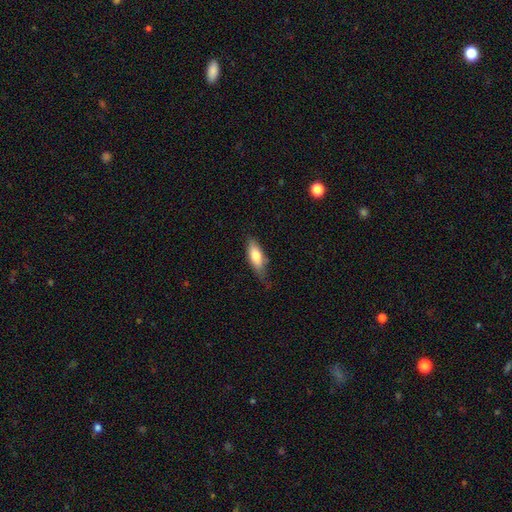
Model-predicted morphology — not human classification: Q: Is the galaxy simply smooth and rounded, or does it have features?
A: smooth — 76%.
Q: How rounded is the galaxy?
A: in between — 68%.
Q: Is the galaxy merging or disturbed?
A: none — 59%.